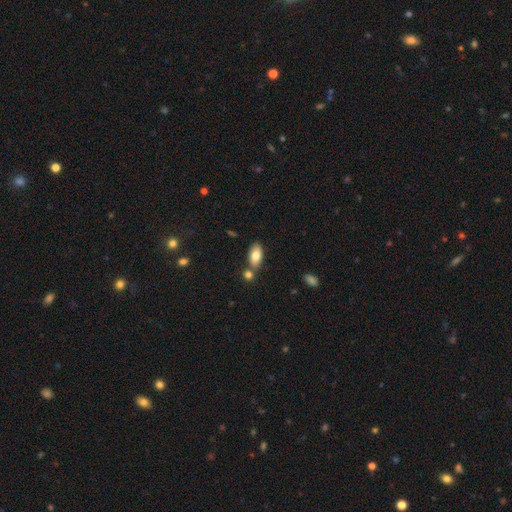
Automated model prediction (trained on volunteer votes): smooth_or_featured: smooth (p=0.80) [alt: featured or disk p=0.13]
how_rounded: in between (p=0.91) [alt: cigar-shaped p=0.05]
merging: none (p=0.66) [alt: merger p=0.20]